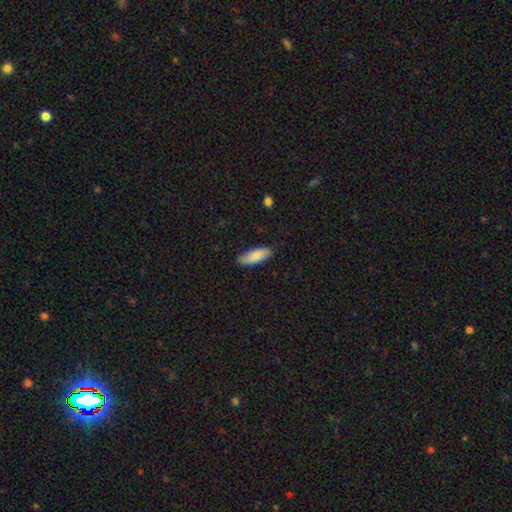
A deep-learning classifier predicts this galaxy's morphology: Smooth or featured: smooth — 85% (featured or disk — 9%)
How rounded: in between — 68% (cigar-shaped — 30%)
Merging: none — 85% (minor disturbance — 12%)